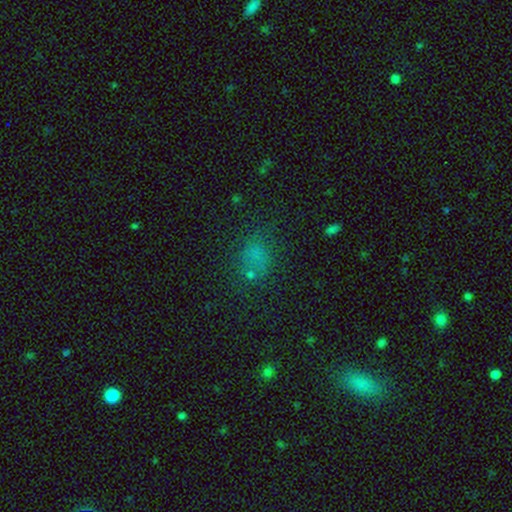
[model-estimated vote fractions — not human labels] Q: Smooth or featured?
A: smooth (64%); runner-up: star or artifact (26%)
Q: How rounded?
A: in between (53%); runner-up: round (45%)
Q: Merging?
A: none (61%); runner-up: minor disturbance (20%)